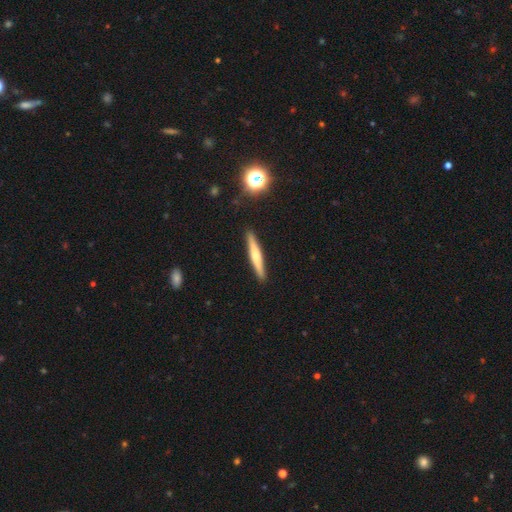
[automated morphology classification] smooth_or_featured: featured or disk (p=0.48) [alt: smooth p=0.46]
merging: none (p=0.91) [alt: minor disturbance p=0.06]